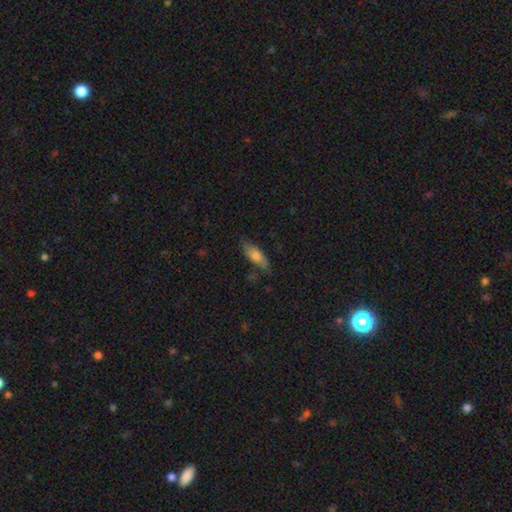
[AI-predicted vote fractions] The model was most divided on "how rounded": in between: 62%, cigar-shaped: 36%, round: 2%. More confident: merging — none (71%); smooth or featured — smooth (71%).